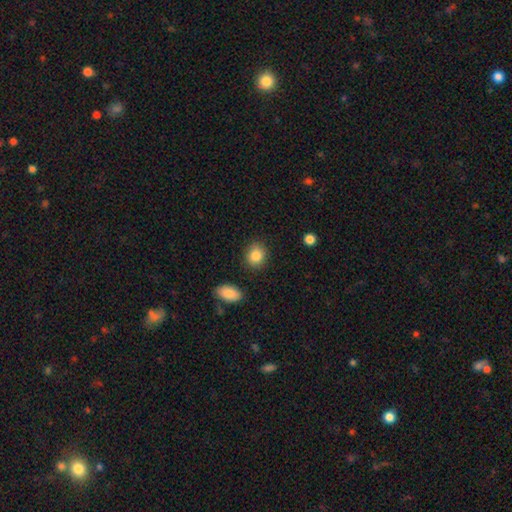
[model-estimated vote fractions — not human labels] A smooth galaxy with no disk features (86%) that is round (68%).

Vote fractions:
- Smooth or featured? smooth: 86% / star or artifact: 8% / featured or disk: 5%
- How rounded? round: 68% / in between: 31% / cigar-shaped: 1%
- Merging? none: 86% / minor disturbance: 10% / major disturbance: 3% / merger: 2%